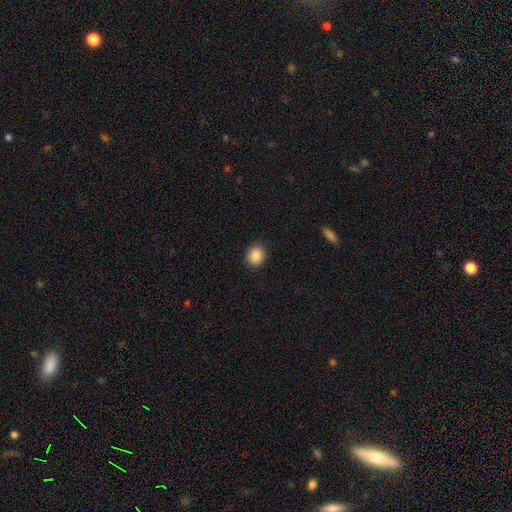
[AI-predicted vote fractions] A smooth galaxy with no disk features (88%) that is round (65%).

Vote fractions:
- Smooth or featured? smooth: 88% / star or artifact: 8% / featured or disk: 4%
- How rounded? round: 65% / in between: 34% / cigar-shaped: 1%
- Merging? none: 87% / minor disturbance: 10% / major disturbance: 2% / merger: 1%